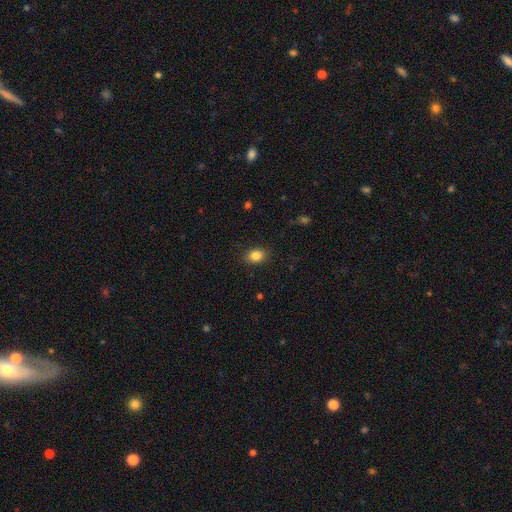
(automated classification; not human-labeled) smooth_or_featured: smooth (p=0.85) [alt: star or artifact p=0.10]
how_rounded: in between (p=0.67) [alt: round p=0.32]
merging: none (p=0.88) [alt: minor disturbance p=0.09]